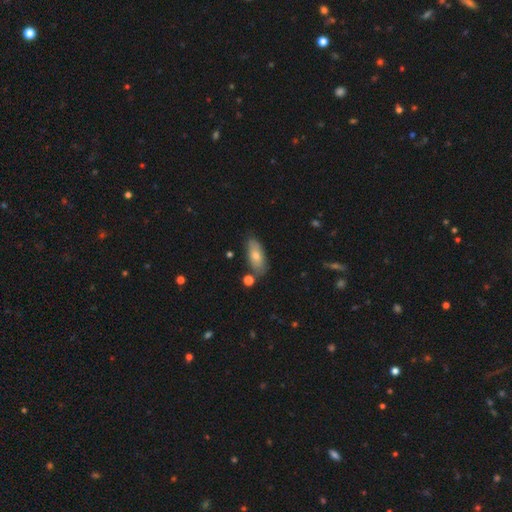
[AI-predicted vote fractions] Smooth or featured?
  - smooth: 66% *
  - featured or disk: 26%
  - star or artifact: 8%
How rounded?
  - in between: 80% *
  - cigar-shaped: 16%
  - round: 4%
Merging?
  - none: 79% *
  - minor disturbance: 14%
  - merger: 5%
  - major disturbance: 3%